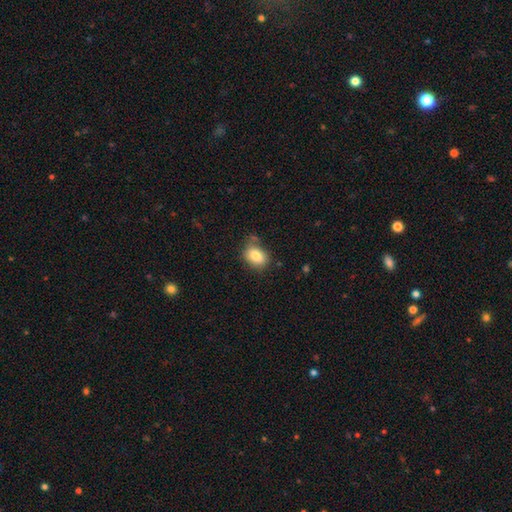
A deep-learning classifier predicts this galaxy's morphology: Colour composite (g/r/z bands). It shows a smooth galaxy with no disk features (82%) that is in between round and cigar-shaped (79%). Merging: none (69%).